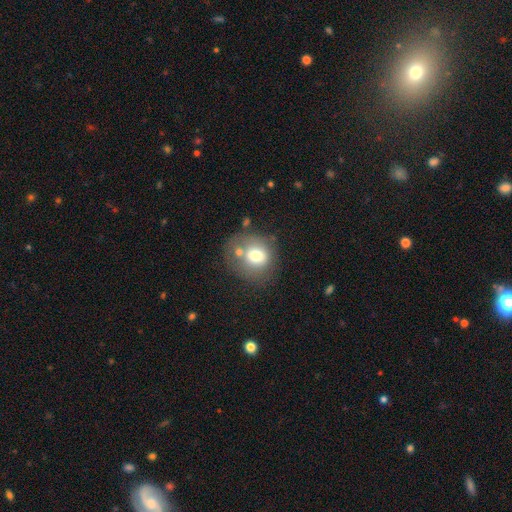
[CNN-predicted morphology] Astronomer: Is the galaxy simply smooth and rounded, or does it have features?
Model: smooth — 69%.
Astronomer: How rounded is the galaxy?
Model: round — 76%.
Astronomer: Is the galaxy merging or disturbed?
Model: none — 50%.